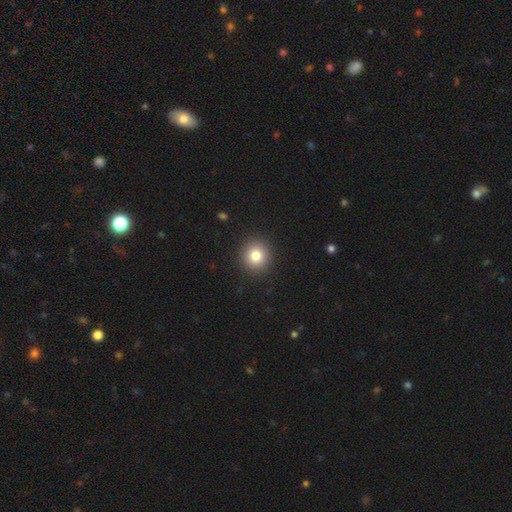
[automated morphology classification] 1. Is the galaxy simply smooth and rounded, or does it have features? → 82% smooth, 11% star or artifact, 7% featured or disk.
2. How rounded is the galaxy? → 90% round, 9% in between, 1% cigar-shaped.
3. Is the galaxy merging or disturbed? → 92% none, 5% minor disturbance, 2% major disturbance, 1% merger.